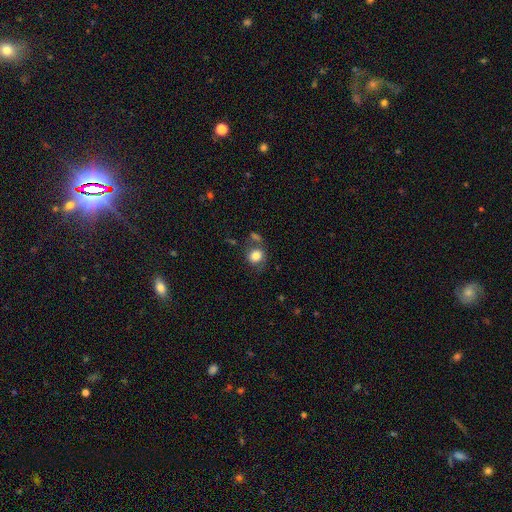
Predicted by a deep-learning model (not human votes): This appears to be a smooth galaxy with no disk features (81%) that is round (76%). Merging: none (59%).